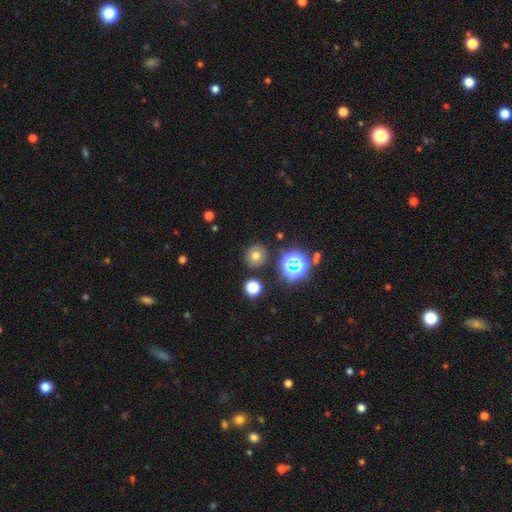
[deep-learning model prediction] smooth 66%, star or artifact 23%, featured or disk 11%. Down the decision tree: how rounded — round (91%); merging — none (86%).